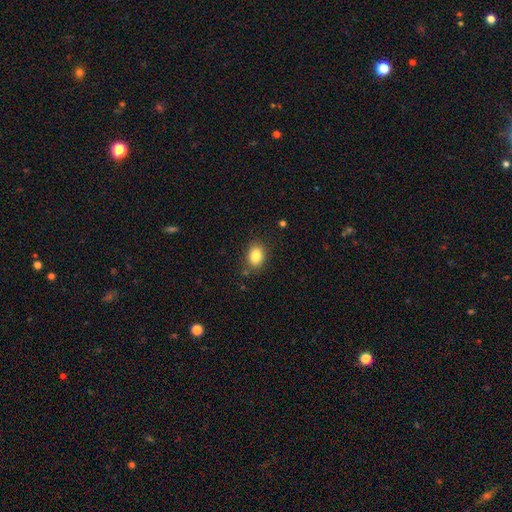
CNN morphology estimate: The model was most divided on "how rounded": in between: 60%, round: 39%, cigar-shaped: 1%. More confident: merging — none (84%); smooth or featured — smooth (83%).